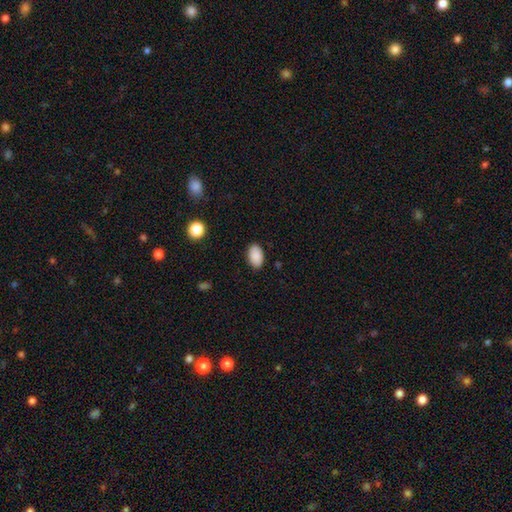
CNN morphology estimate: Overall: smooth (89%). How rounded: in between (92%). Merging: none (87%).